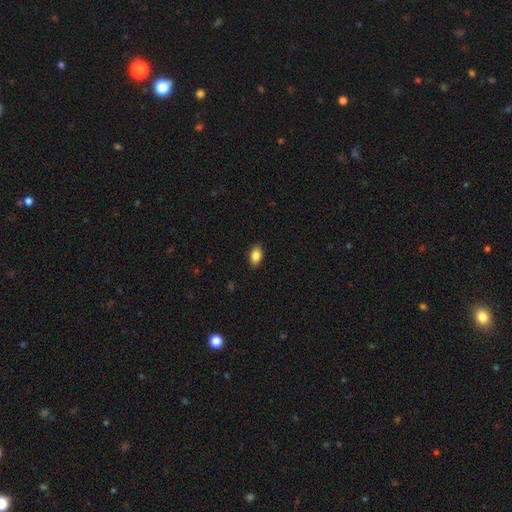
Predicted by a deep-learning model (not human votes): This appears to be a smooth galaxy with no disk features (86%) that is in between round and cigar-shaped (91%). Merging: none (89%).